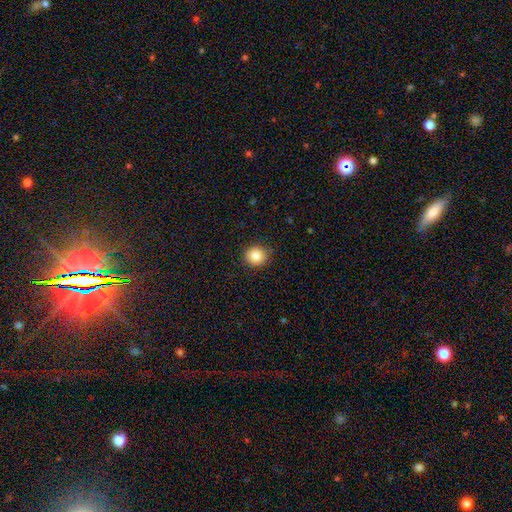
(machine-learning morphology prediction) The model was most divided on "smooth or featured": smooth: 85%, star or artifact: 10%, featured or disk: 5%. More confident: how rounded — round (90%); merging — none (89%).